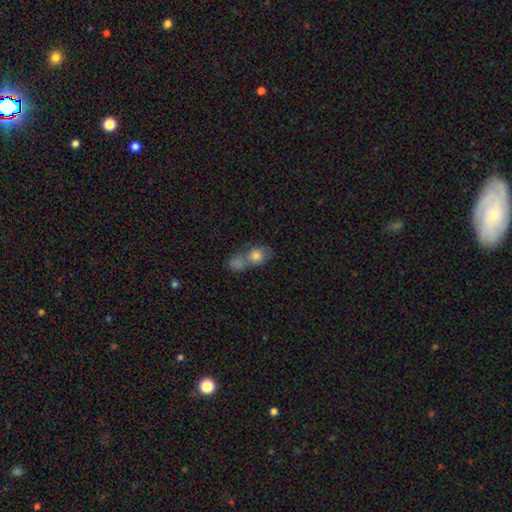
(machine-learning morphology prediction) Smooth or featured?
  - smooth: 75% *
  - featured or disk: 16%
  - star or artifact: 9%
How rounded?
  - in between: 52% *
  - round: 45%
  - cigar-shaped: 3%
Merging?
  - merger: 63% *
  - none: 22%
  - minor disturbance: 9%
  - major disturbance: 6%